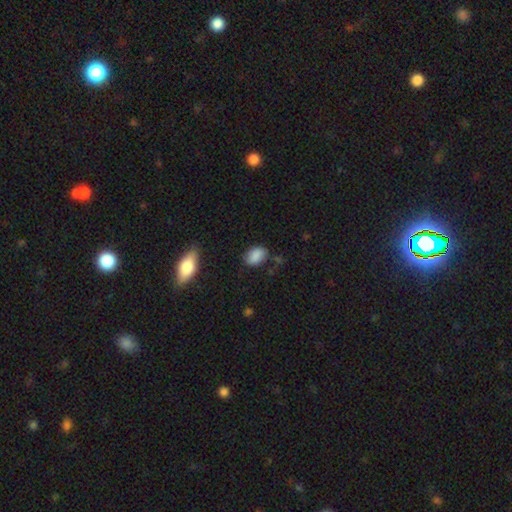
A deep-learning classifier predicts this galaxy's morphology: Overall: smooth (86%). How rounded: in between (84%). Merging: none (73%).